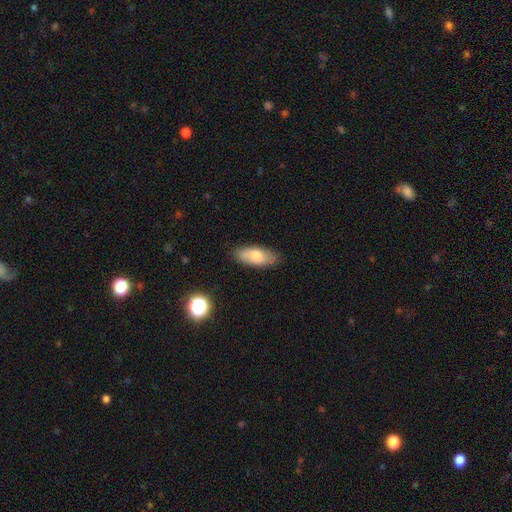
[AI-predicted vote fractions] Q: Smooth or featured?
A: smooth (73%); runner-up: featured or disk (20%)
Q: How rounded?
A: in between (83%); runner-up: cigar-shaped (14%)
Q: Merging?
A: none (82%); runner-up: minor disturbance (13%)